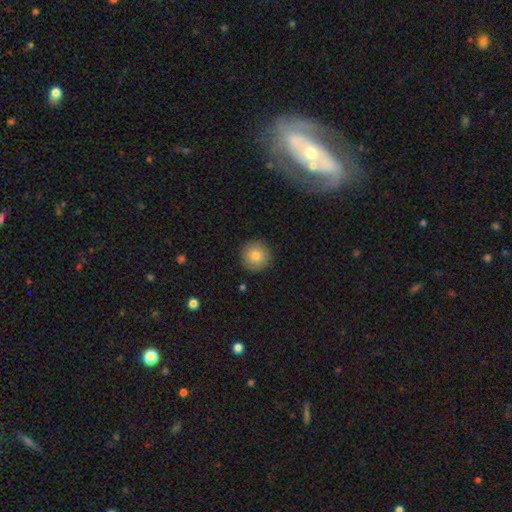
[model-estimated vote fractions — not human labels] Smooth or featured? smooth (81%)
How rounded? round (96%)
Merging? none (90%)